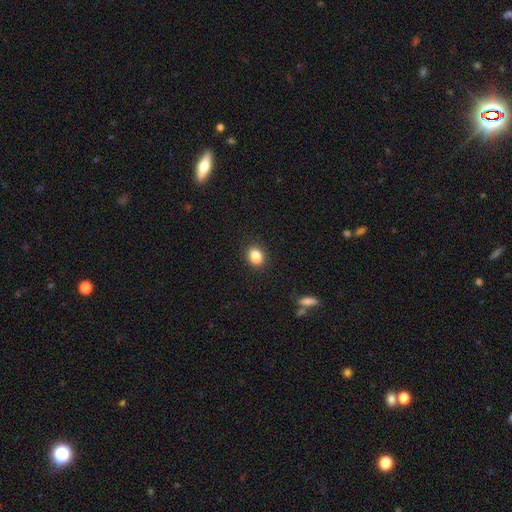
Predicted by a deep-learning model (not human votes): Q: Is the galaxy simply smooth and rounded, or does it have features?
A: smooth — 86%.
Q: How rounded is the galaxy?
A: in between — 65%.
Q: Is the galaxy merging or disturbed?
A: none — 88%.